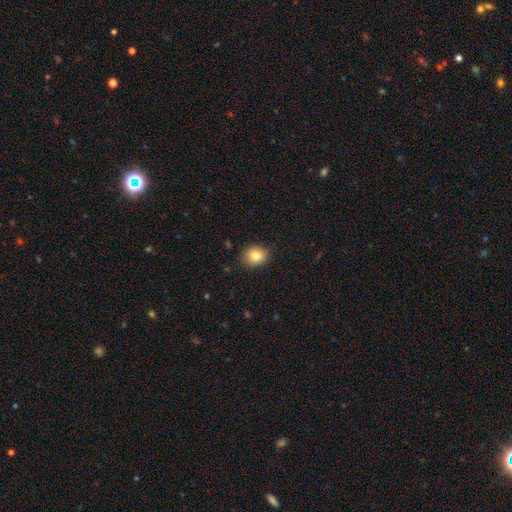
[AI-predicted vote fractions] Morphology: type=smooth (81%); roundness=round (65%); merging=none (87%).